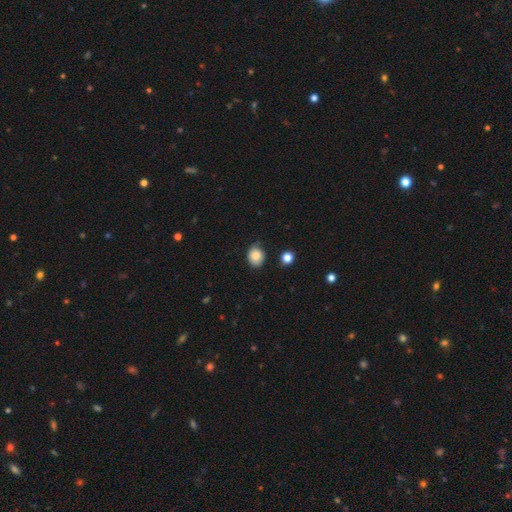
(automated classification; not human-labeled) Morphology: type=smooth (83%); roundness=round (64%); merging=none (66%).